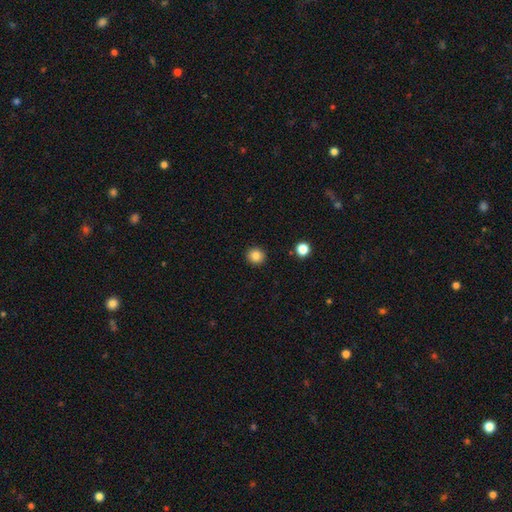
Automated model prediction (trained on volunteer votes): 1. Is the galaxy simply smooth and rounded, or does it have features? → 85% smooth, 11% star or artifact, 4% featured or disk.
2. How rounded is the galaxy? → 91% round, 8% in between, 1% cigar-shaped.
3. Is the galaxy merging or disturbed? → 92% none, 5% minor disturbance, 2% major disturbance, 1% merger.